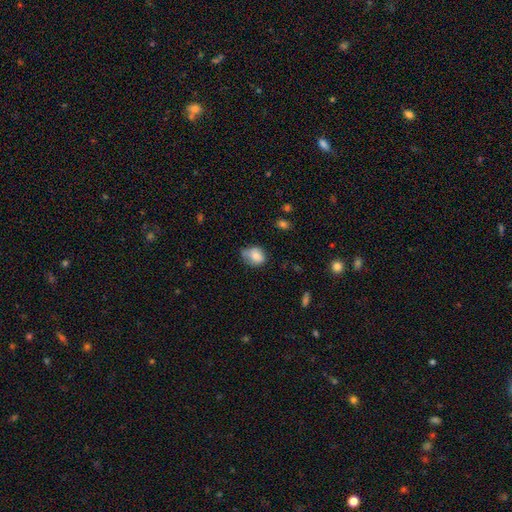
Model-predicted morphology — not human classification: Smooth or featured? smooth (79%)
How rounded? round (50%)
Merging? none (49%)